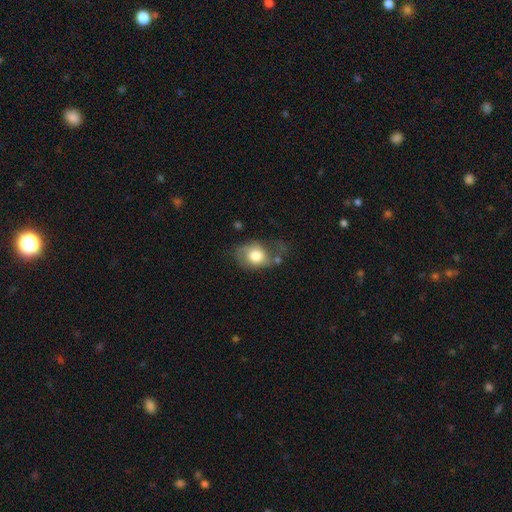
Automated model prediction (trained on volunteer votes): smooth 70%, featured or disk 23%, star or artifact 7%. Down the decision tree: how rounded — in between (66%); merging — none (38%).